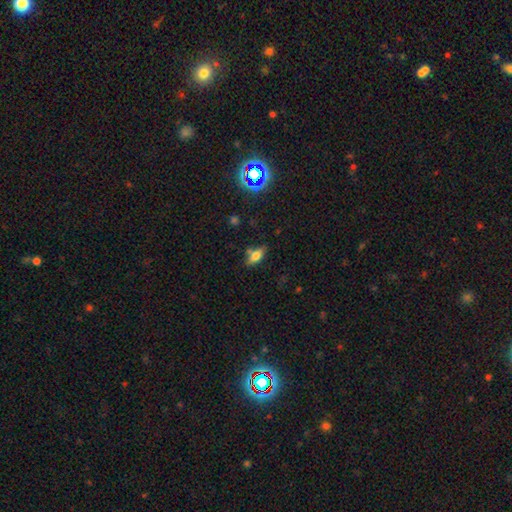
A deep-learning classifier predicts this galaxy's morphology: Q: Smooth or featured?
A: smooth (66%); runner-up: featured or disk (24%)
Q: How rounded?
A: in between (78%); runner-up: cigar-shaped (18%)
Q: Merging?
A: none (71%); runner-up: minor disturbance (16%)